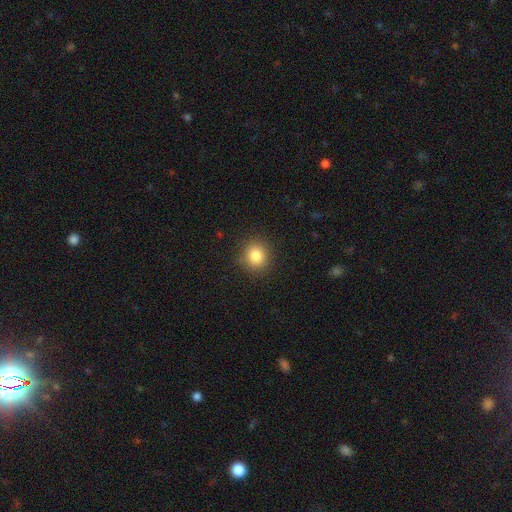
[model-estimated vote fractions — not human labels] This is clearly a smooth galaxy (84%). How rounded: clearly round (86%). Merging: clearly none (88%).